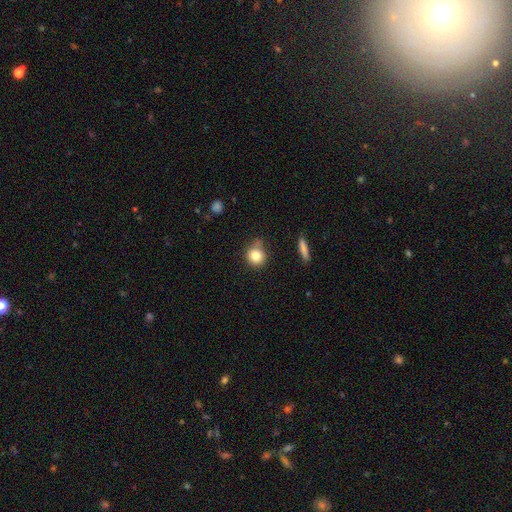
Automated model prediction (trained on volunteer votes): Smooth or featured: smooth — 80% (star or artifact — 11%)
How rounded: round — 87% (in between — 12%)
Merging: none — 65% (minor disturbance — 23%)